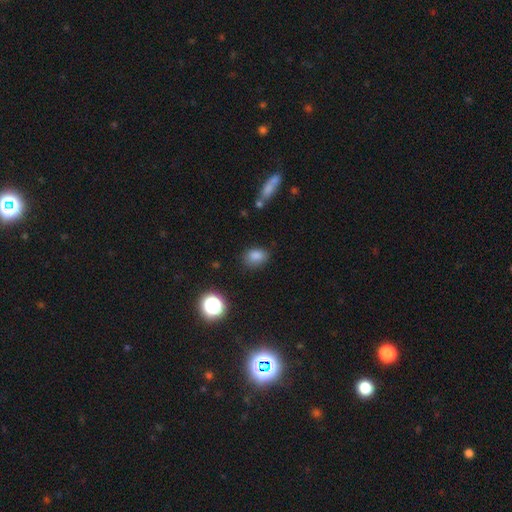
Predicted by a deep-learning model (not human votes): Q: Smooth or featured?
A: smooth (82%); runner-up: star or artifact (13%)
Q: How rounded?
A: in between (70%); runner-up: round (29%)
Q: Merging?
A: none (77%); runner-up: minor disturbance (17%)